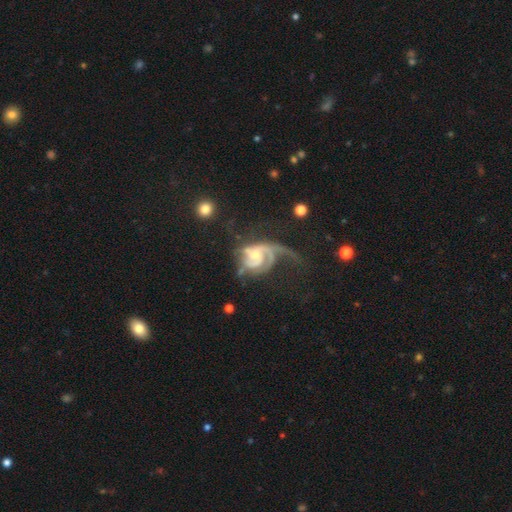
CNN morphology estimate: A featured or disk galaxy (86%) with no bar (56%), 2 (45%) medium (45%) spiral arms (95%) and a small central bulge (51%). Merging: major disturbance (49%).